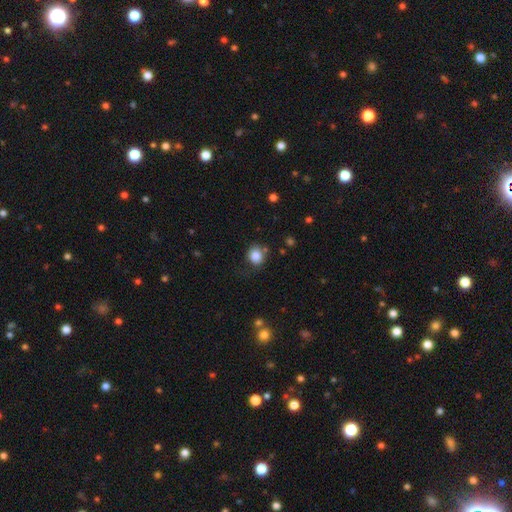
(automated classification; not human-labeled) Smooth or featured: smooth — 83% (star or artifact — 10%)
How rounded: round — 83% (in between — 17%)
Merging: none — 72% (minor disturbance — 18%)